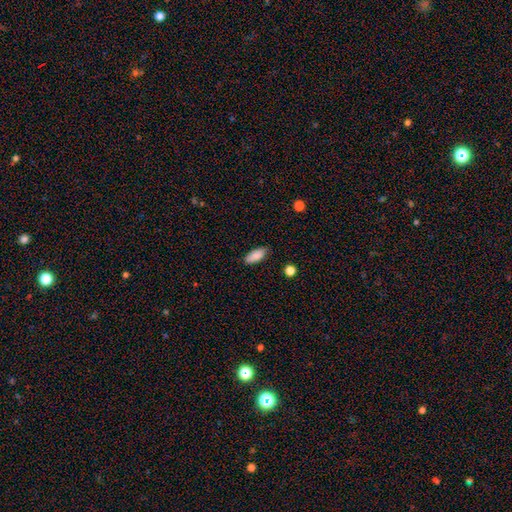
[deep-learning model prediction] smooth 88%, star or artifact 7%, featured or disk 5%. Down the decision tree: how rounded — in between (84%); merging — none (83%).